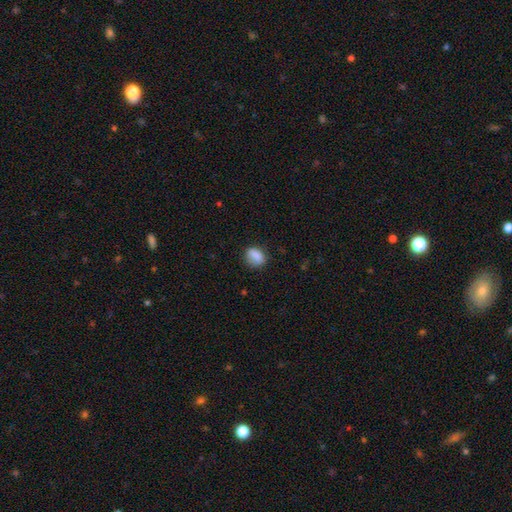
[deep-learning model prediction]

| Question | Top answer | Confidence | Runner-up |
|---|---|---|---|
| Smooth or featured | smooth | 83% | star or artifact (8%) |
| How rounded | in between | 58% | round (39%) |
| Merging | none | 73% | minor disturbance (19%) |